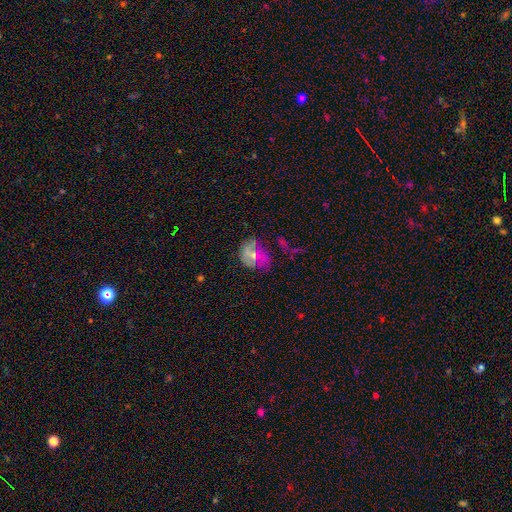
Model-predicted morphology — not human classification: This is possibly a featured or disk galaxy (48%). Merging: possibly none (48%).